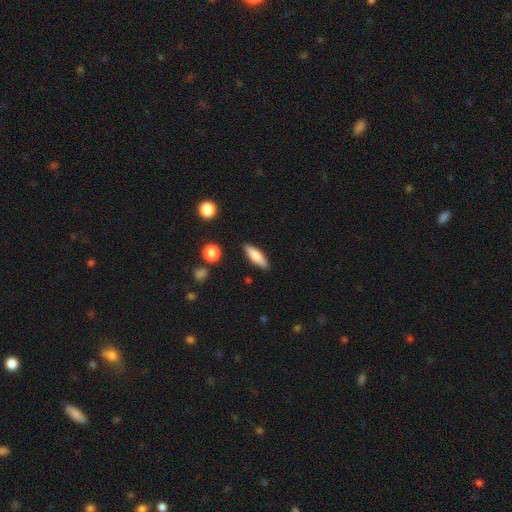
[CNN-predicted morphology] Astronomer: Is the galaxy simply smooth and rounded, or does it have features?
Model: smooth — 69%.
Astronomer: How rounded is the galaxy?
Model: cigar-shaped — 57% (runner-up: in between, 41%).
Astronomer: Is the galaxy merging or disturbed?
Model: none — 87%.